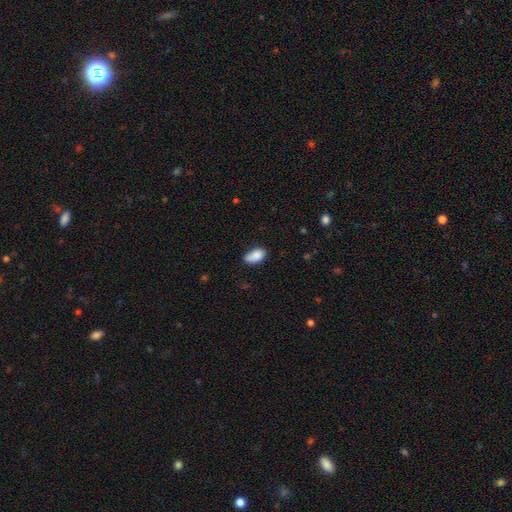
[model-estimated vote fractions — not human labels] smooth-or-featured: smooth: 86% | star or artifact: 8% | featured or disk: 6%
  how-rounded: in between: 93% | round: 5% | cigar-shaped: 3%
  merging: none: 61% | minor disturbance: 30% | major disturbance: 6% | merger: 3%